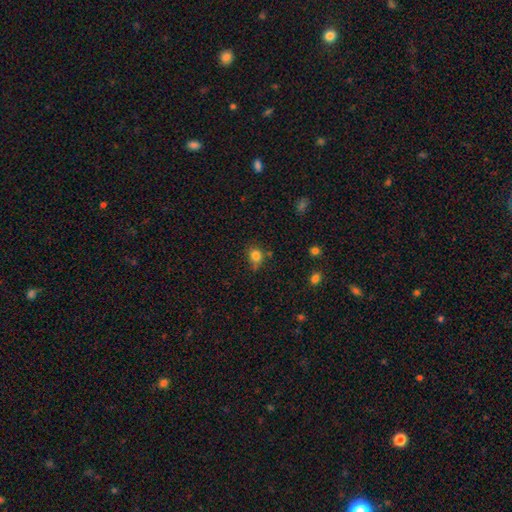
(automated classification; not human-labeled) smooth-or-featured: smooth: 82% | star or artifact: 12% | featured or disk: 6%
  how-rounded: round: 68% | in between: 31% | cigar-shaped: 1%
  merging: none: 61% | minor disturbance: 26% | merger: 7% | major disturbance: 6%